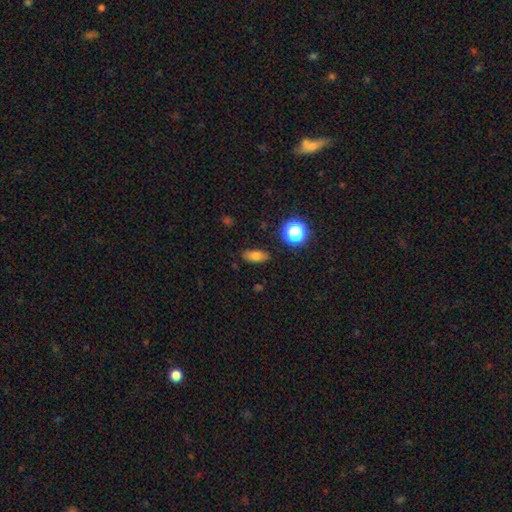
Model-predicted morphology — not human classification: smooth 76%, star or artifact 13%, featured or disk 12%. Down the decision tree: how rounded — in between (78%); merging — none (85%).